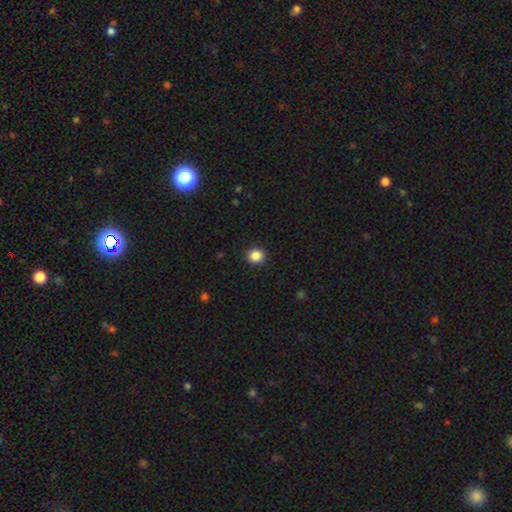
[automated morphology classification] A smooth galaxy with no disk features (86%) that is round (85%). Merging: none (92%).